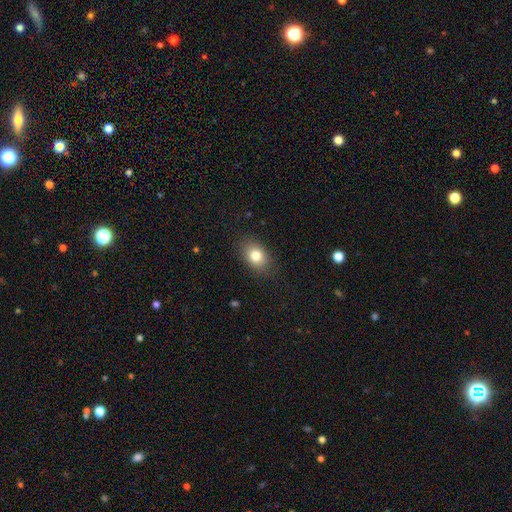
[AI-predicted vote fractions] This is likely a smooth galaxy (79%). How rounded: likely in between (72%). Merging: clearly none (84%).